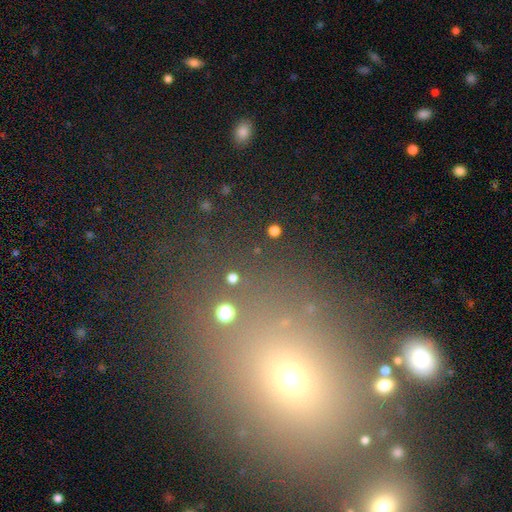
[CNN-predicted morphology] Smooth or featured? Predicted: smooth (p=0.47). Merging? Predicted: none (p=0.77).